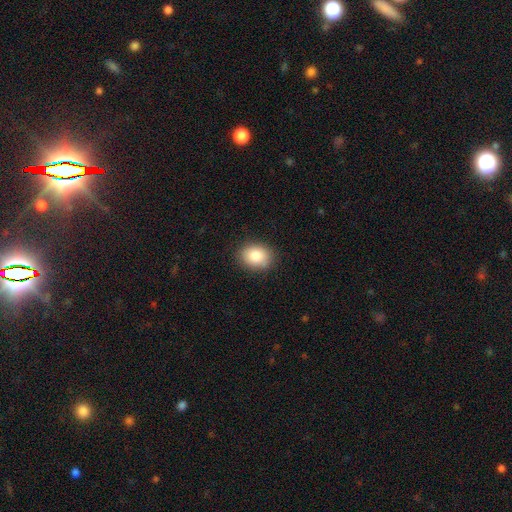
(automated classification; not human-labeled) Morphology: type=smooth (86%); roundness=in between (60%); merging=none (87%).